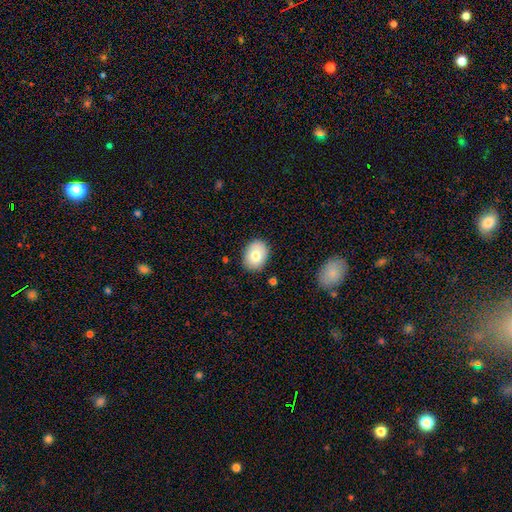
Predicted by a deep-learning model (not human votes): This appears to be a smooth galaxy with no disk features (79%) that is in between round and cigar-shaped (62%). Merging: none (84%).